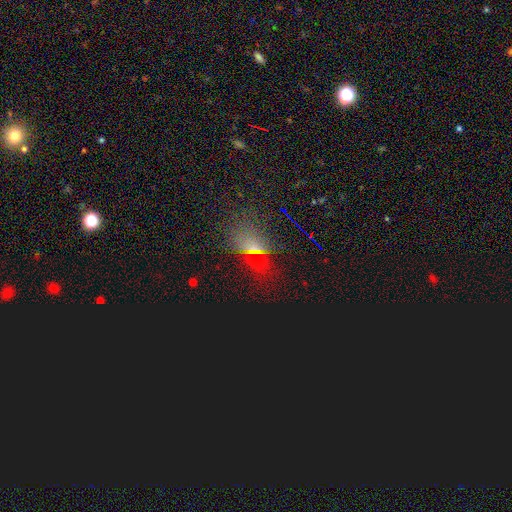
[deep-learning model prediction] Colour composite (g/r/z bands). It shows a star or artifact, not a galaxy (46%).